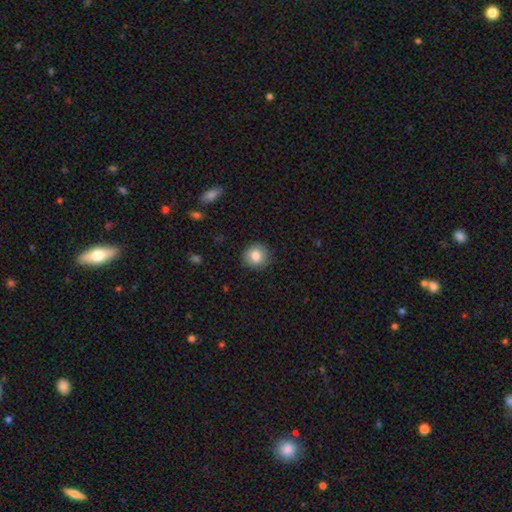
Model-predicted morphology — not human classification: Smooth or featured? Predicted: smooth (p=0.81). How rounded? Predicted: round (p=0.85). Merging? Predicted: none (p=0.85).